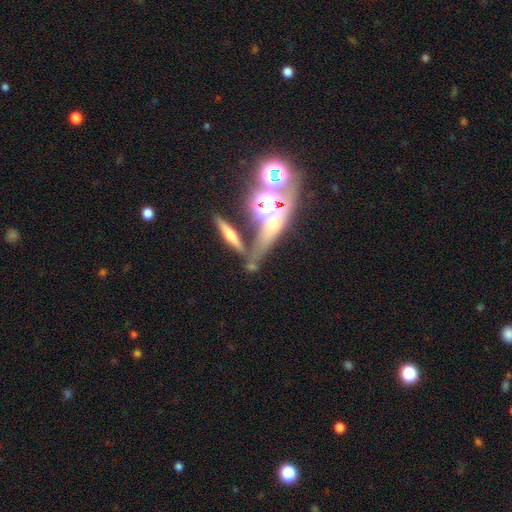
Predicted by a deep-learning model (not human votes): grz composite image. It shows a star or artifact, not a galaxy (44%).